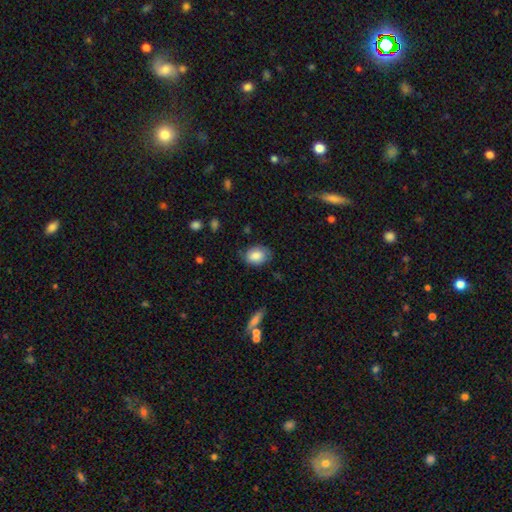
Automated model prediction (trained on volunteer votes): Smooth or featured? smooth (82%)
How rounded? in between (71%)
Merging? none (73%)